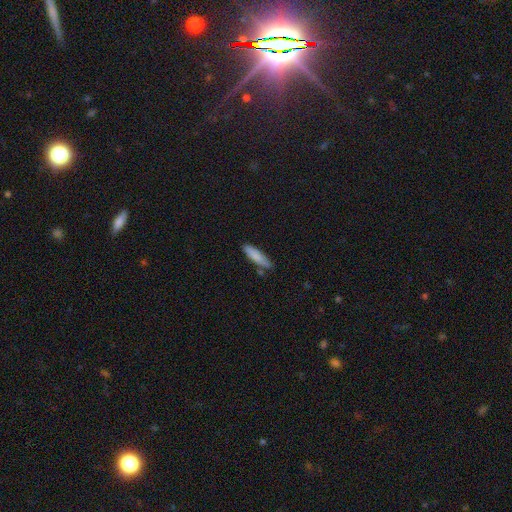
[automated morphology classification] smooth_or_featured: smooth (p=0.83) [alt: featured or disk p=0.11]
how_rounded: cigar-shaped (p=0.75) [alt: in between p=0.24]
merging: none (p=0.74) [alt: minor disturbance p=0.17]